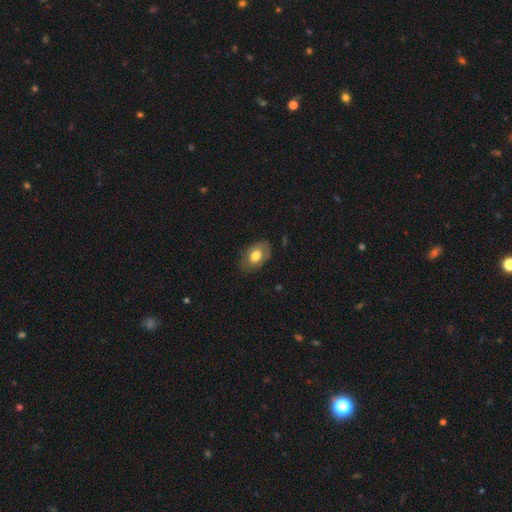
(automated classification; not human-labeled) Smooth or featured: smooth — 65% (featured or disk — 28%)
How rounded: in between — 88% (round — 11%)
Merging: none — 76% (minor disturbance — 18%)